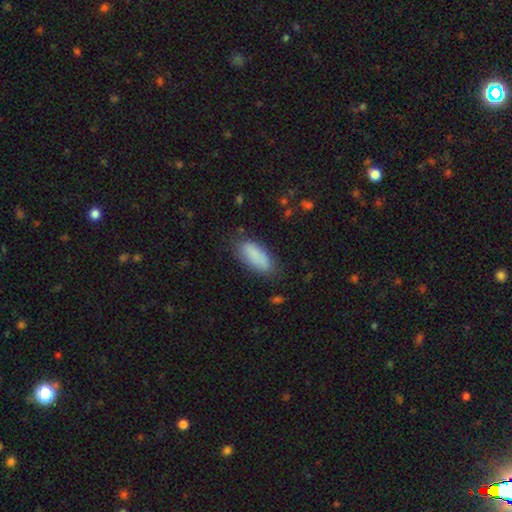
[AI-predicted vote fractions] Smooth or featured: smooth — 84% (featured or disk — 9%)
How rounded: in between — 80% (cigar-shaped — 18%)
Merging: none — 74% (minor disturbance — 19%)